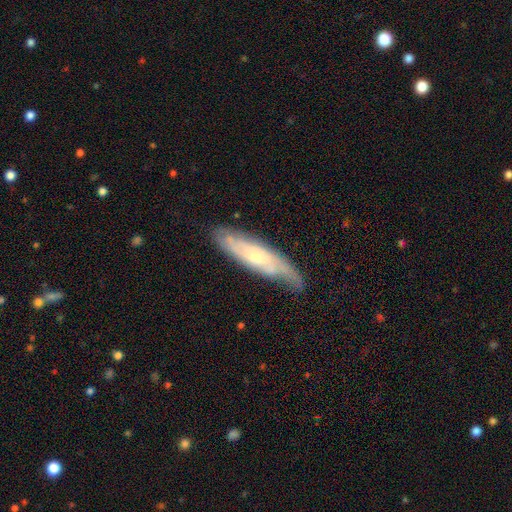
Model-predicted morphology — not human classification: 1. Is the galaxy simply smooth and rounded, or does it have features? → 66% featured or disk, 28% smooth, 6% star or artifact.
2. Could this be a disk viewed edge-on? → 66% no, 34% yes.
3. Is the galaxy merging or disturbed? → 69% none, 23% minor disturbance, 6% major disturbance, 2% merger.